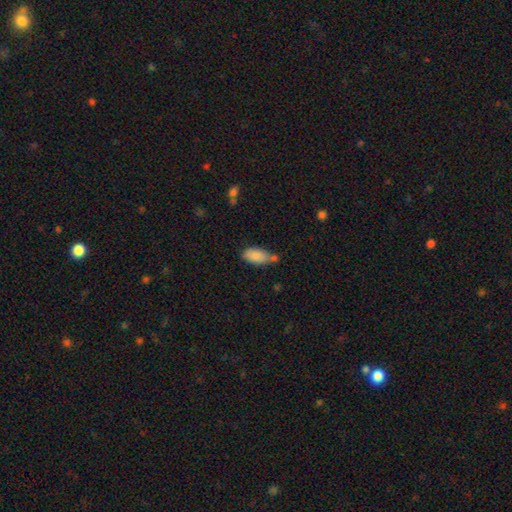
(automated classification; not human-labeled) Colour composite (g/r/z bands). It shows a smooth galaxy with no disk features (86%) that is in between round and cigar-shaped (92%). Merging: none (45%).